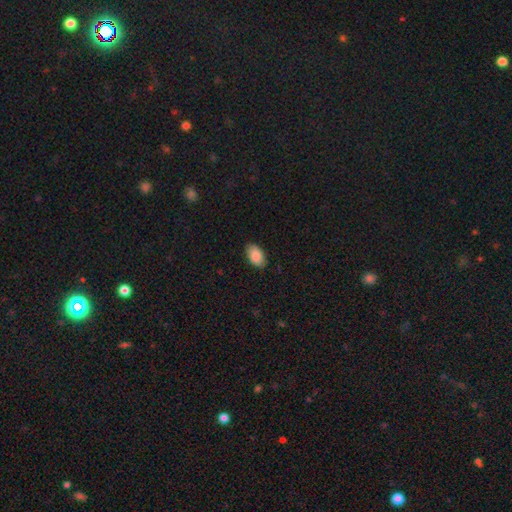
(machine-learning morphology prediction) Overall: smooth (90%). How rounded: in between (93%). Merging: none (85%).